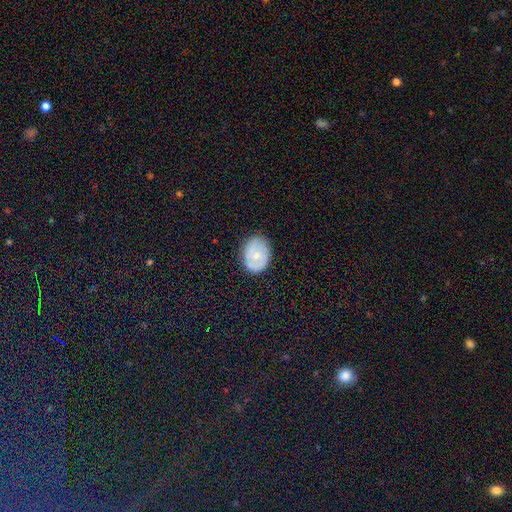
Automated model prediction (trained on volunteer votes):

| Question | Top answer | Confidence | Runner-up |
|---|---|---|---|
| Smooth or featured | smooth | 57% | featured or disk (35%) |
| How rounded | in between | 69% | round (30%) |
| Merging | none | 81% | minor disturbance (15%) |